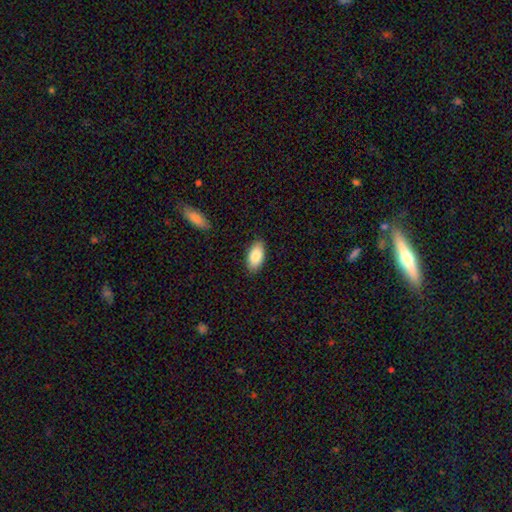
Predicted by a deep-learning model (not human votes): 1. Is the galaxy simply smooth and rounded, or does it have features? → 86% smooth, 8% featured or disk, 6% star or artifact.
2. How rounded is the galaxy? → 94% in between, 4% cigar-shaped, 3% round.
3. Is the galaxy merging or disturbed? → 88% none, 9% minor disturbance, 2% major disturbance, 1% merger.